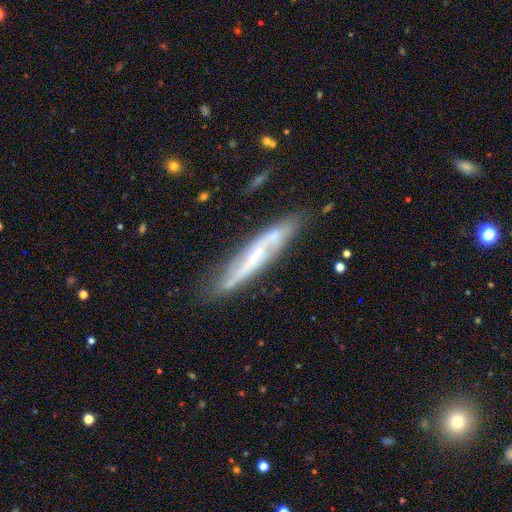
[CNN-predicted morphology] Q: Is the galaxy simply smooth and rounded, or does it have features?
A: featured or disk — 72%.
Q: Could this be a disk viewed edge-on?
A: yes — 52%.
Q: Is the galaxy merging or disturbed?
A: none — 72%.